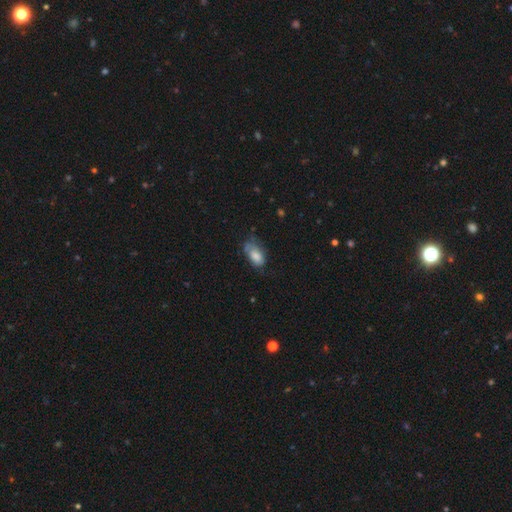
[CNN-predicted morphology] type=smooth (76%); roundness=in between (91%); merging=none (44%).